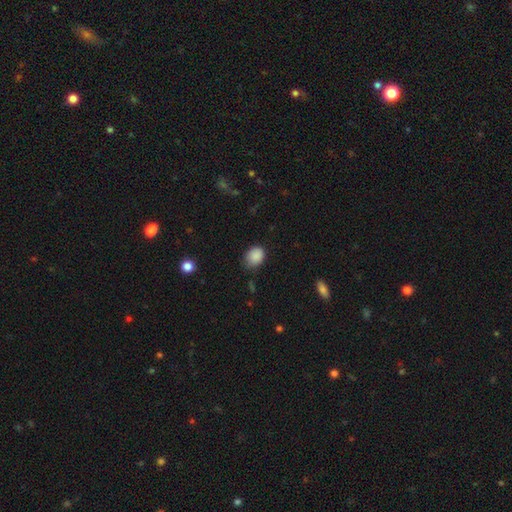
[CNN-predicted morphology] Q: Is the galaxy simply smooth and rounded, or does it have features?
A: smooth — 87%.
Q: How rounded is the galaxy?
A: in between — 55%.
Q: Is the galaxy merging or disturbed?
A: none — 65%.